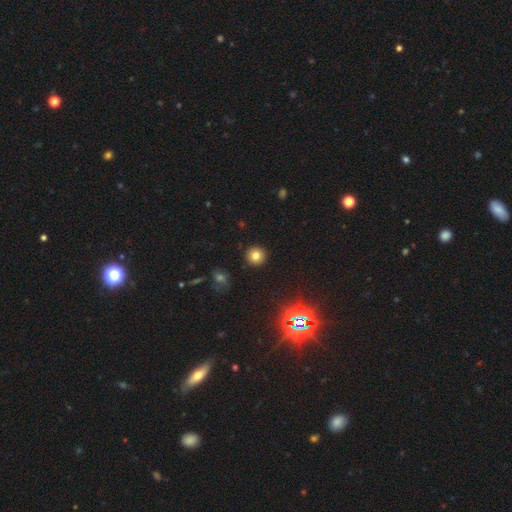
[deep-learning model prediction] smooth-or-featured: smooth: 76% | star or artifact: 16% | featured or disk: 8%
  how-rounded: round: 93% | in between: 6% | cigar-shaped: 1%
  merging: none: 91% | minor disturbance: 5% | major disturbance: 2% | merger: 1%